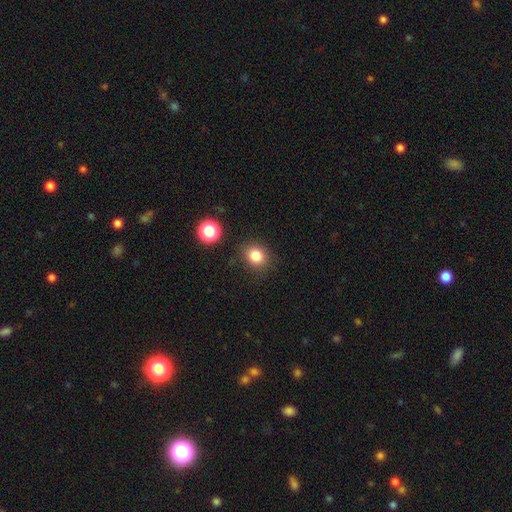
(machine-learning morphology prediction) Smooth or featured: smooth — 82% (star or artifact — 13%)
How rounded: round — 72% (in between — 27%)
Merging: none — 83% (minor disturbance — 11%)